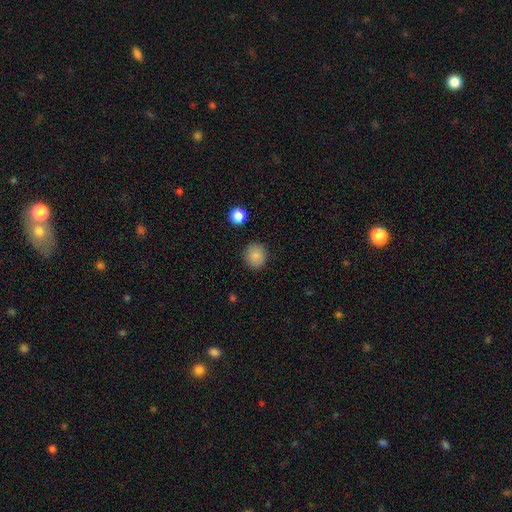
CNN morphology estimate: This is clearly a smooth galaxy (85%). How rounded: clearly round (89%). Merging: clearly none (90%).